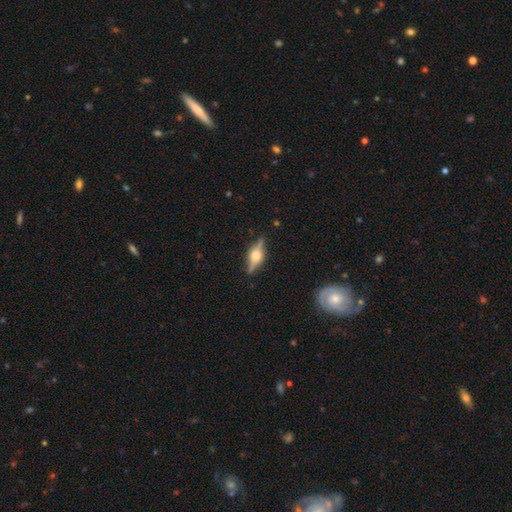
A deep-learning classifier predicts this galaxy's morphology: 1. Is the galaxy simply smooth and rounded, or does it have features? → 76% featured or disk, 18% smooth, 7% star or artifact.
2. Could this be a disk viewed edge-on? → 96% yes, 4% no.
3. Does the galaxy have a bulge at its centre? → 91% rounded, 8% boxy, 1% none.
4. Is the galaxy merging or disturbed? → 86% none, 10% minor disturbance, 2% major disturbance, 1% merger.